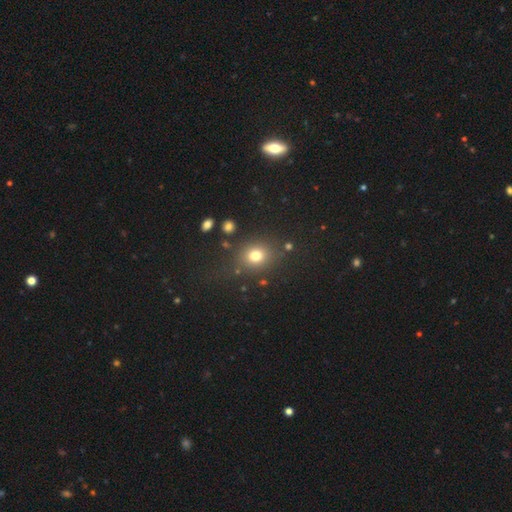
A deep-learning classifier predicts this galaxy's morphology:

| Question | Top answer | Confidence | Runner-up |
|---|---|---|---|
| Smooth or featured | smooth | 77% | star or artifact (16%) |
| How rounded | round | 70% | in between (28%) |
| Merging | none | 80% | minor disturbance (11%) |